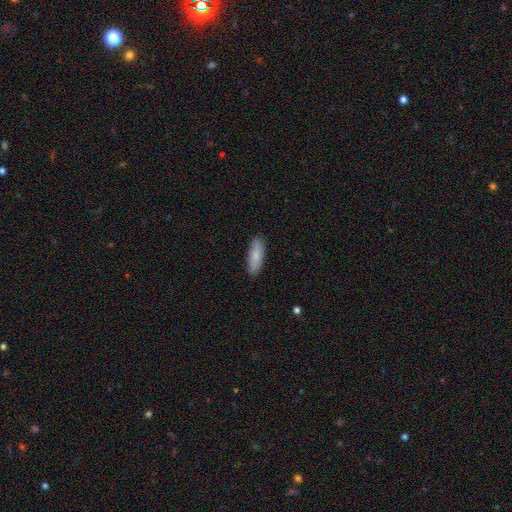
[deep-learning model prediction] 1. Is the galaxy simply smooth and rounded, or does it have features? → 85% smooth, 10% featured or disk, 5% star or artifact.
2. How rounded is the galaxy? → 58% in between, 40% cigar-shaped, 2% round.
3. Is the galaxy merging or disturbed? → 89% none, 9% minor disturbance, 2% major disturbance, 1% merger.